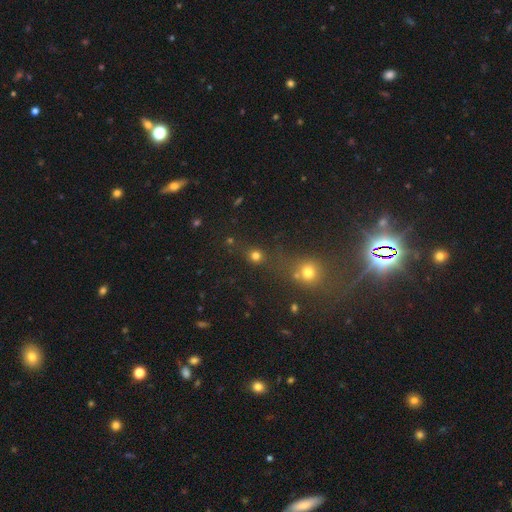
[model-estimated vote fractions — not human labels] The model was most divided on "smooth or featured": smooth: 74%, star or artifact: 20%, featured or disk: 6%. More confident: how rounded — round (86%); merging — none (74%).